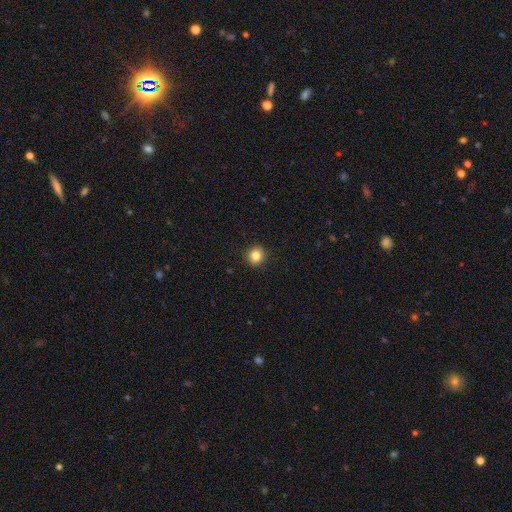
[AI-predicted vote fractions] A smooth galaxy with no disk features (84%) that is round (91%).

Vote fractions:
- Smooth or featured? smooth: 84% / star or artifact: 11% / featured or disk: 5%
- How rounded? round: 91% / in between: 8% / cigar-shaped: 1%
- Merging? none: 92% / minor disturbance: 5% / major disturbance: 2% / merger: 1%